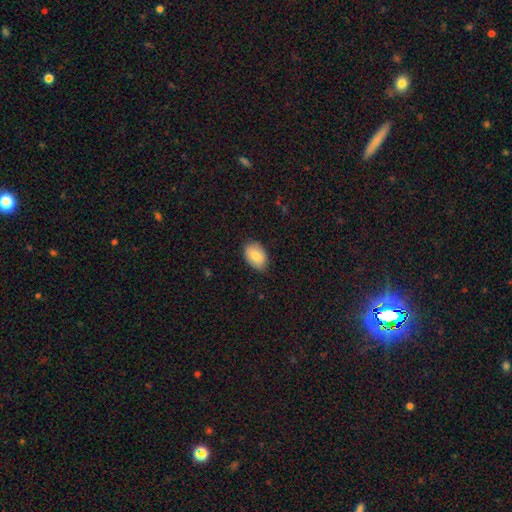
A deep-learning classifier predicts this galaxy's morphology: Smooth or featured: smooth — 82% (featured or disk — 11%)
How rounded: in between — 86% (round — 12%)
Merging: none — 80% (minor disturbance — 16%)